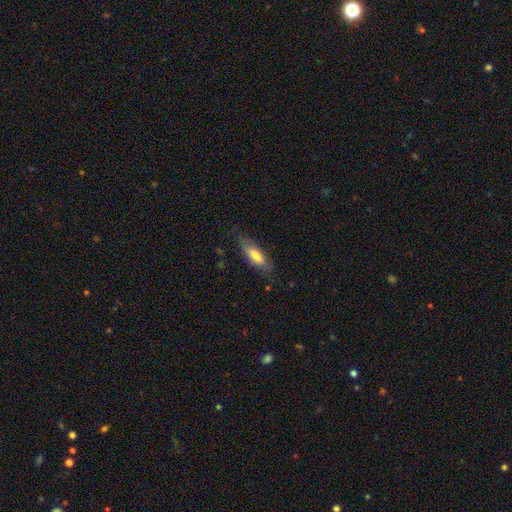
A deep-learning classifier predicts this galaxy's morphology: smooth_or_featured: smooth (p=0.70) [alt: featured or disk p=0.24]
how_rounded: in between (p=0.54) [alt: cigar-shaped p=0.44]
merging: none (p=0.75) [alt: minor disturbance p=0.19]